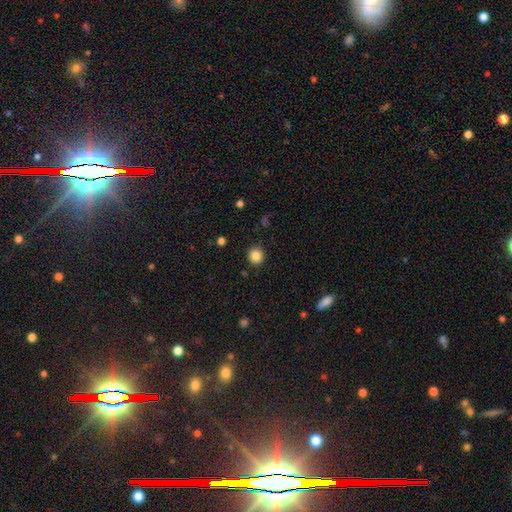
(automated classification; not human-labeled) The model was most divided on "smooth or featured": smooth: 86%, star or artifact: 10%, featured or disk: 4%. More confident: merging — none (90%); how rounded — round (88%).